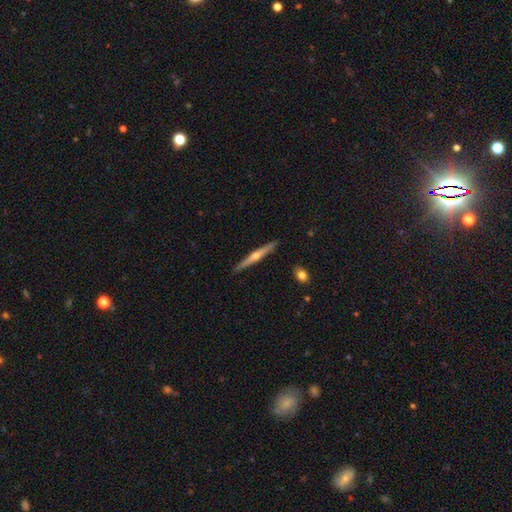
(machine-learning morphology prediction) Smooth or featured? featured or disk (72%)
Edge-on disk? yes (98%)
Edge-on bulge? rounded (88%)
Merging? none (91%)